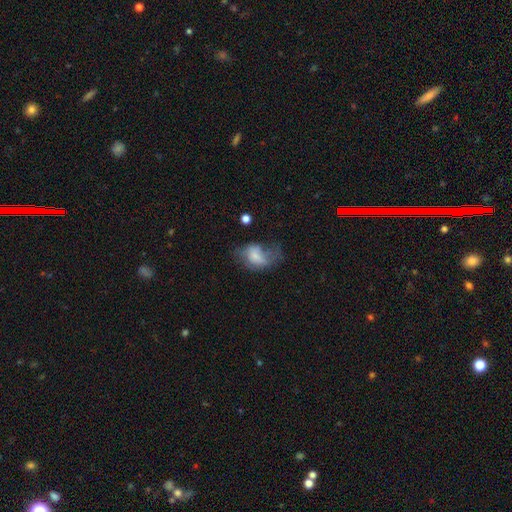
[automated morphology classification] smooth_or_featured: smooth (p=0.55) [alt: featured or disk p=0.36]
how_rounded: in between (p=0.77) [alt: round p=0.21]
merging: major disturbance (p=0.47) [alt: minor disturbance p=0.25]